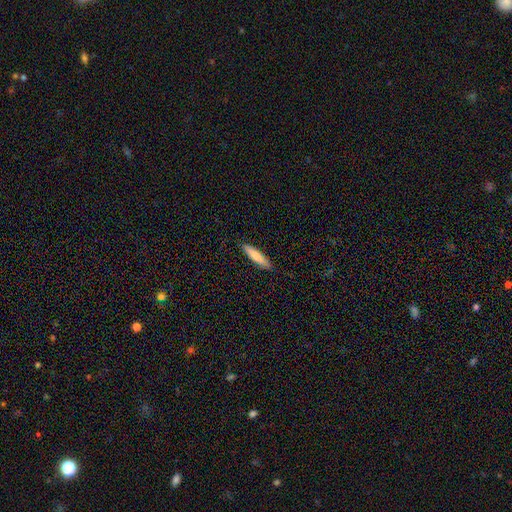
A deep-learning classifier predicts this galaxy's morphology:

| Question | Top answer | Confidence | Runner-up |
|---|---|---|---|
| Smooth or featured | smooth | 77% | featured or disk (17%) |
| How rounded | cigar-shaped | 81% | in between (18%) |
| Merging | none | 89% | minor disturbance (8%) |